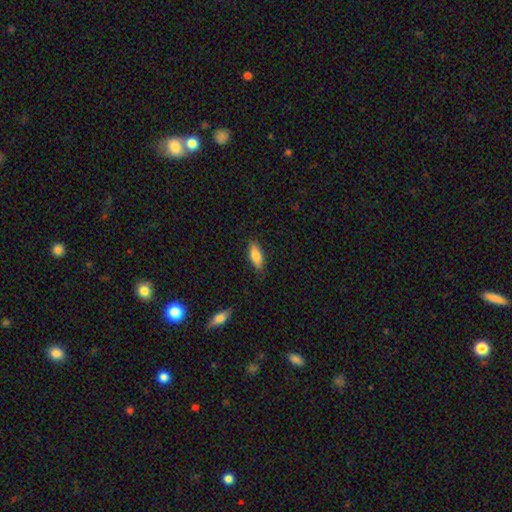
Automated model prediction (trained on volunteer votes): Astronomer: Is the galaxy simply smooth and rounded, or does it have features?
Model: smooth — 79%.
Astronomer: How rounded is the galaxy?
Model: in between — 69%.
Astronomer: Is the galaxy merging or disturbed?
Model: none — 85%.